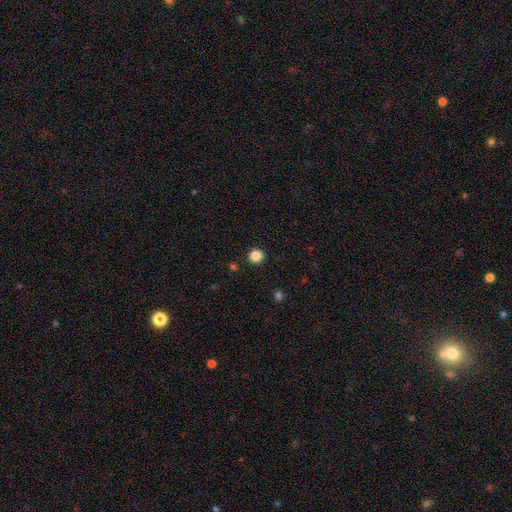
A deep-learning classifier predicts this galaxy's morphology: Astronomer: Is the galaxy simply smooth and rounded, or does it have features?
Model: smooth — 85%.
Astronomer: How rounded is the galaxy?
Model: round — 96%.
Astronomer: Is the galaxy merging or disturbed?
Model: none — 93%.